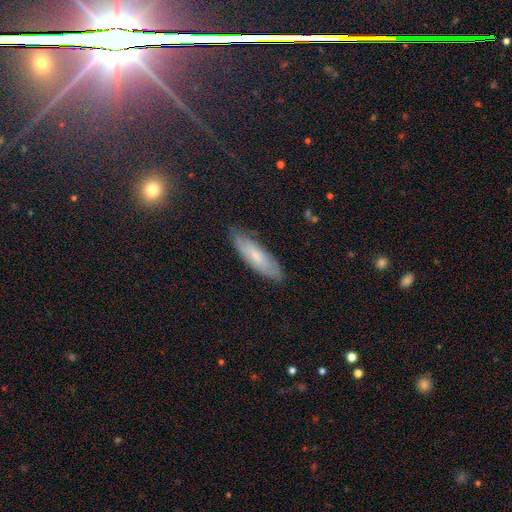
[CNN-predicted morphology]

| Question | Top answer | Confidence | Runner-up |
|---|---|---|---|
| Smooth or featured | smooth | 62% | featured or disk (30%) |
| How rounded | cigar-shaped | 57% | in between (41%) |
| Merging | none | 82% | minor disturbance (14%) |